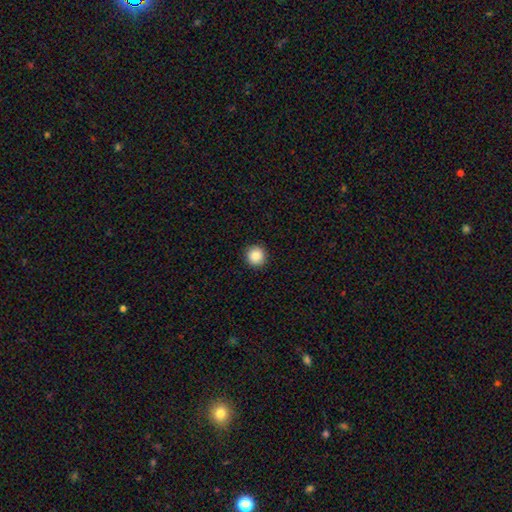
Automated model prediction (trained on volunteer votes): Morphology: type=smooth (88%); roundness=round (94%); merging=none (92%).